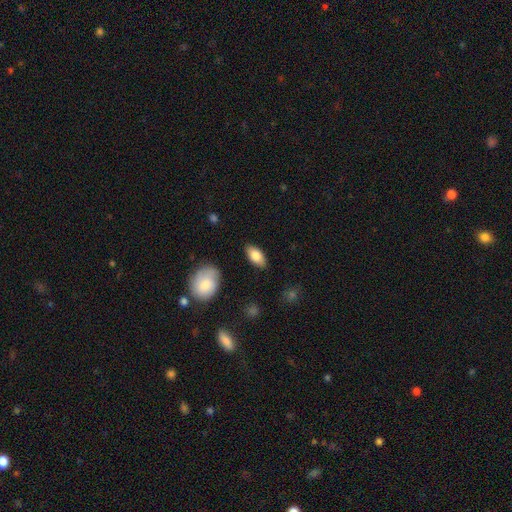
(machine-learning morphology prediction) Smooth or featured?
  - smooth: 81% *
  - featured or disk: 13%
  - star or artifact: 6%
How rounded?
  - in between: 91% *
  - cigar-shaped: 6%
  - round: 3%
Merging?
  - none: 86% *
  - minor disturbance: 10%
  - major disturbance: 2%
  - merger: 2%